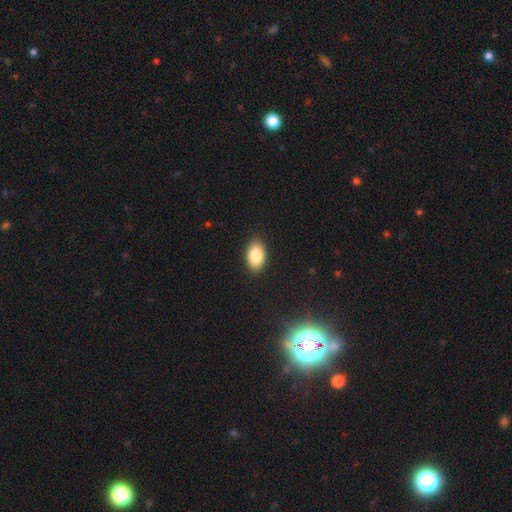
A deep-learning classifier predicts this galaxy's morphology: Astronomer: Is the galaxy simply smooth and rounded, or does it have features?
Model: smooth — 84%.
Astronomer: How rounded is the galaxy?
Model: in between — 92%.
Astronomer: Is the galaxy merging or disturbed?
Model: none — 89%.